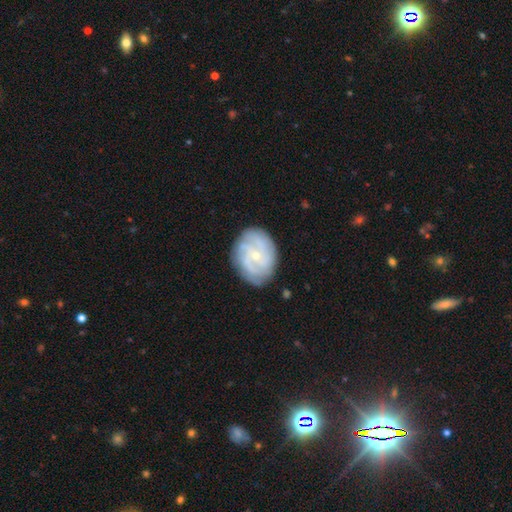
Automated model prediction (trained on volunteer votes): smooth-or-featured: featured or disk: 77% | smooth: 17% | star or artifact: 6%
  disk-edge-on: no: 97% | yes: 3%
    bar: no: 68% | weak: 27% | strong: 4%
    has-spiral-arms: yes: 92% | no: 8%
      spiral-winding: tight: 54% | medium: 34% | loose: 11%
      spiral-arm-count: can't tell: 32% | 3: 22% | 4: 18% | 2: 16% | more than 4: 6% | 1: 6%
    bulge-size: small: 74% | moderate: 23% | none: 2% | large: 1% | dominant: 1%
  merging: none: 80% | minor disturbance: 14% | major disturbance: 4% | merger: 1%